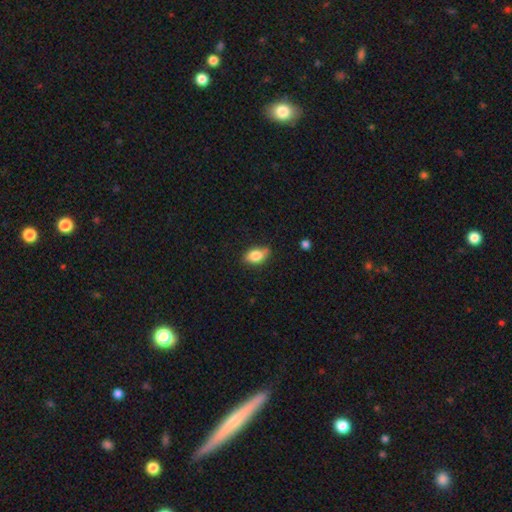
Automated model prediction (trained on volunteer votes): The model was most divided on "merging": none: 70%, minor disturbance: 24%, major disturbance: 4%, merger: 2%. More confident: how rounded — in between (89%); smooth or featured — smooth (83%).